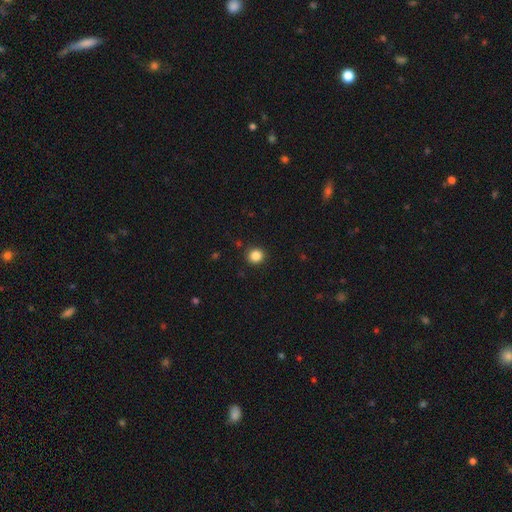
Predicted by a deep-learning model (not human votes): Smooth or featured? smooth (86%)
How rounded? round (90%)
Merging? none (91%)